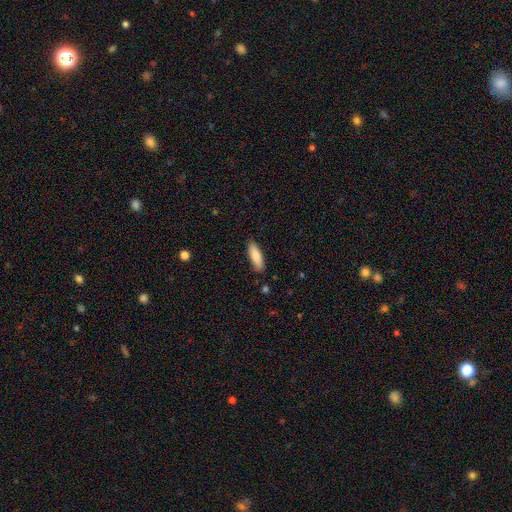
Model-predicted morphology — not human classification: Smooth or featured?
  - smooth: 82% *
  - featured or disk: 12%
  - star or artifact: 6%
How rounded?
  - in between: 57% *
  - cigar-shaped: 42%
  - round: 2%
Merging?
  - none: 86% *
  - minor disturbance: 10%
  - major disturbance: 2%
  - merger: 1%